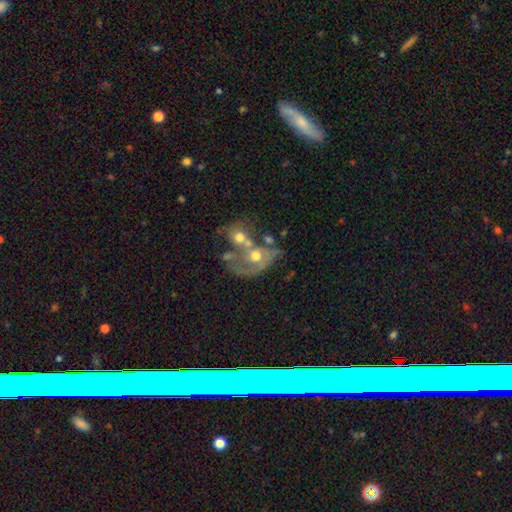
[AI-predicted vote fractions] Morphology: type=featured or disk (59%); edge-on=no (96%); bar=no (86%); spiral arms=no (66%); bulge=moderate (66%); merging=merger (61%).